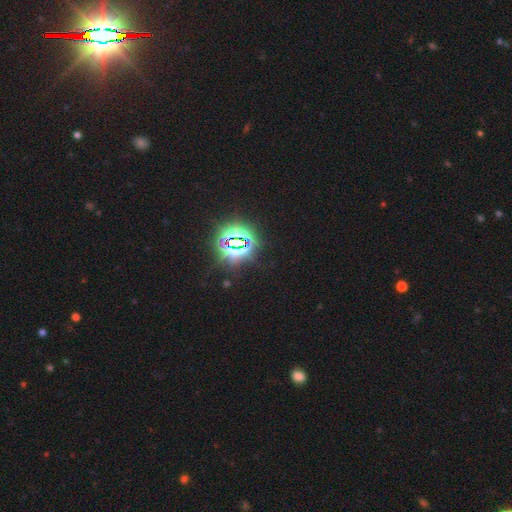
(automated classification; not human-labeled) A star or artifact, not a galaxy (83%).

Vote fractions:
- Smooth or featured? star or artifact: 83% / smooth: 11% / featured or disk: 6%